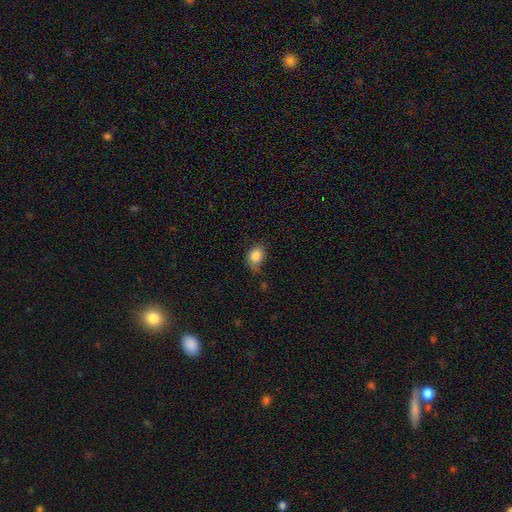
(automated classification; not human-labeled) Smooth or featured? smooth (86%)
How rounded? in between (59%)
Merging? none (61%)